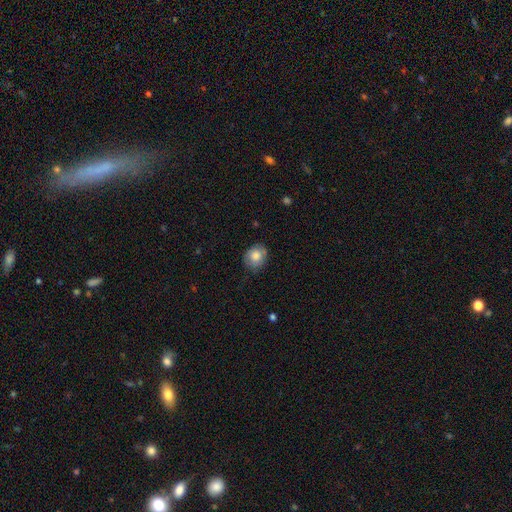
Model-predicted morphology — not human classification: Overall: smooth (78%). How rounded: round (65%; in between 34%). Merging: none (75%).